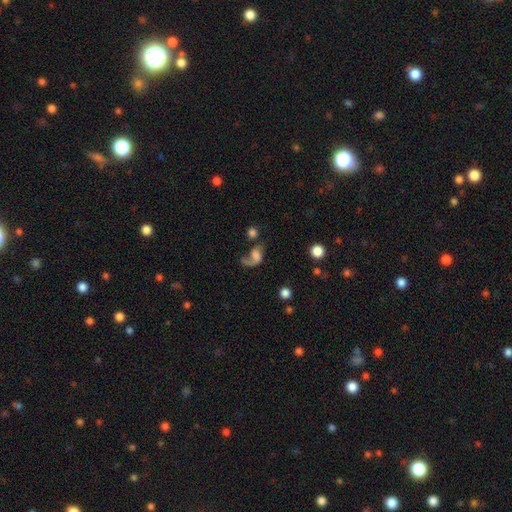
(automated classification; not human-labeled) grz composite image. It shows a featured or disk galaxy (57%) with no bar (65%), spiral arms (85%) and no central bulge (36%). Merging: major disturbance (39%).